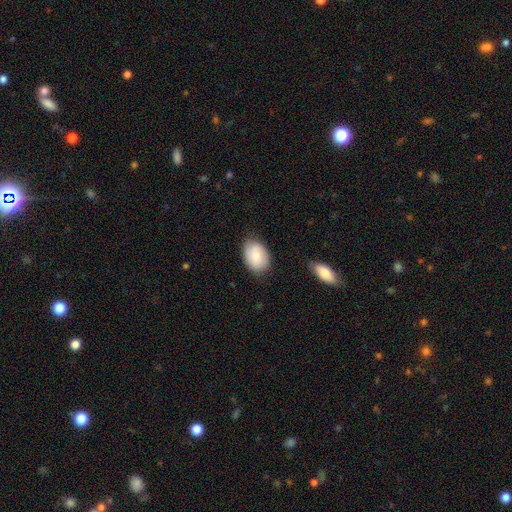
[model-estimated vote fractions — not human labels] Smooth or featured? Predicted: smooth (p=0.75). How rounded? Predicted: in between (p=0.81). Merging? Predicted: none (p=0.80).